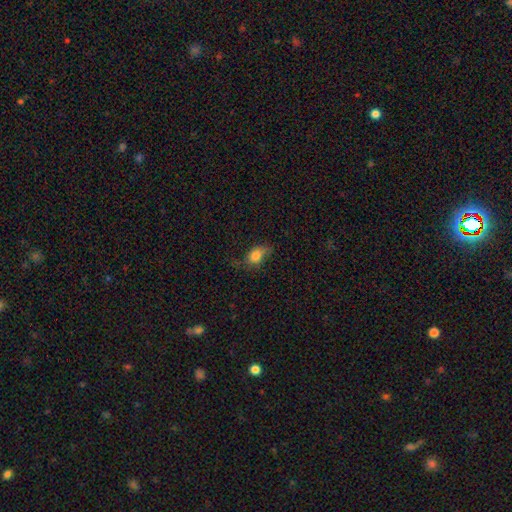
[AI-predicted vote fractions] The model was most divided on "merging": none: 50%, minor disturbance: 30%, major disturbance: 18%, merger: 2%. More confident: smooth or featured — smooth (72%); how rounded — in between (72%).